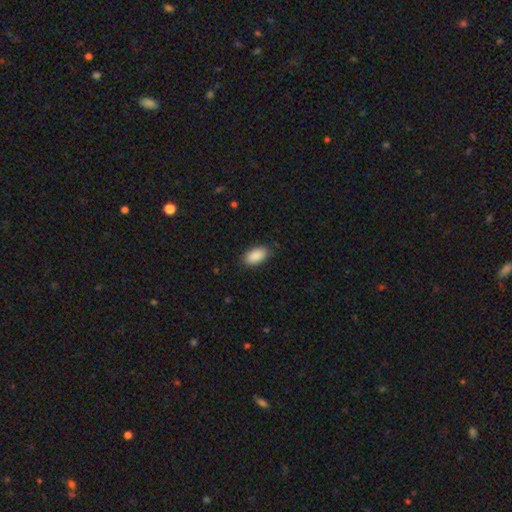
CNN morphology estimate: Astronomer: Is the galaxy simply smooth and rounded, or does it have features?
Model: smooth — 90%.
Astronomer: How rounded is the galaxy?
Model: in between — 95%.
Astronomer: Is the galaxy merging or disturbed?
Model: none — 85%.